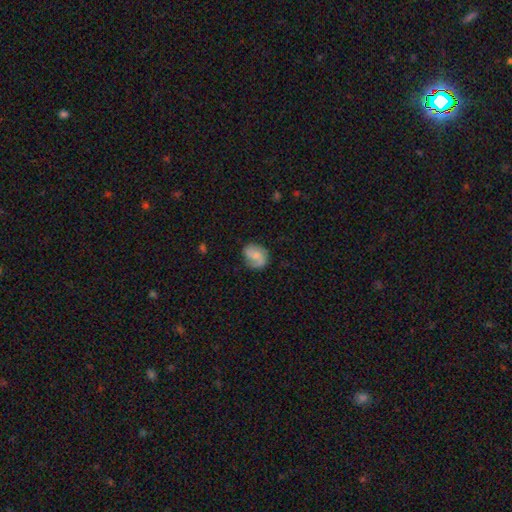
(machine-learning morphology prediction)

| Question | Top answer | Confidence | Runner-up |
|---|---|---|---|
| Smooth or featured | featured or disk | 52% | smooth (40%) |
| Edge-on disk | no | 97% | yes (3%) |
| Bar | no | 56% | weak (37%) |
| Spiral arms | yes | 89% | no (11%) |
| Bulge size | small | 47% | moderate (30%) |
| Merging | none | 68% | minor disturbance (22%) |